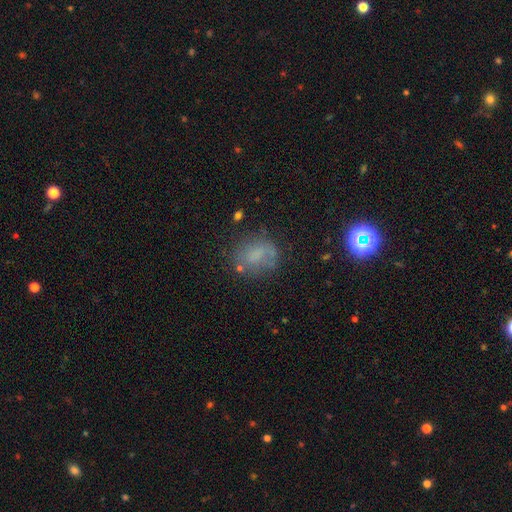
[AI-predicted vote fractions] smooth 58%, featured or disk 24%, star or artifact 18%. Down the decision tree: how rounded — round (52%); merging — none (57%).